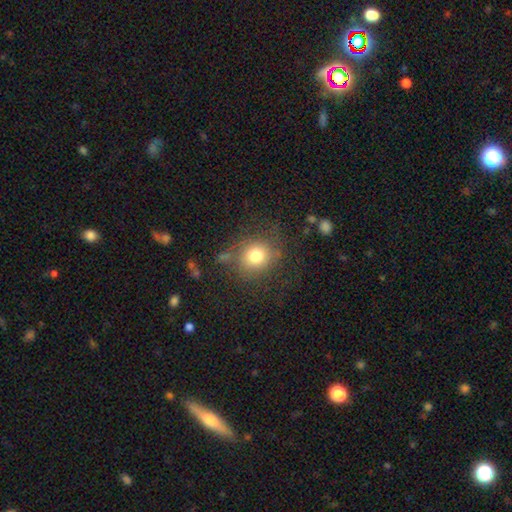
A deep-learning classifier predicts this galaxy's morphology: smooth-or-featured: smooth: 78% | star or artifact: 12% | featured or disk: 10%
  how-rounded: round: 82% | in between: 17% | cigar-shaped: 1%
  merging: none: 75% | minor disturbance: 15% | major disturbance: 7% | merger: 3%